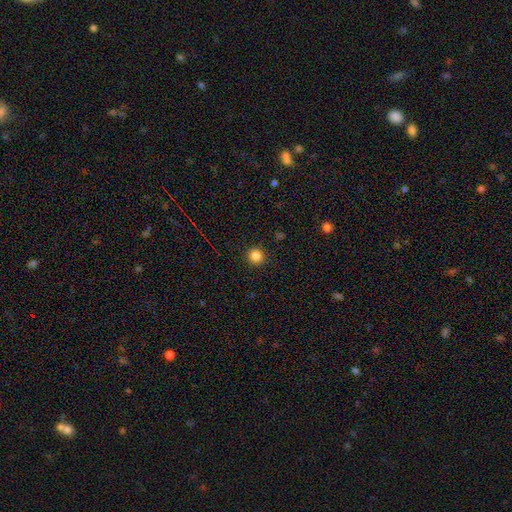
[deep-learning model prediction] Smooth or featured? smooth (84%)
How rounded? round (95%)
Merging? none (92%)